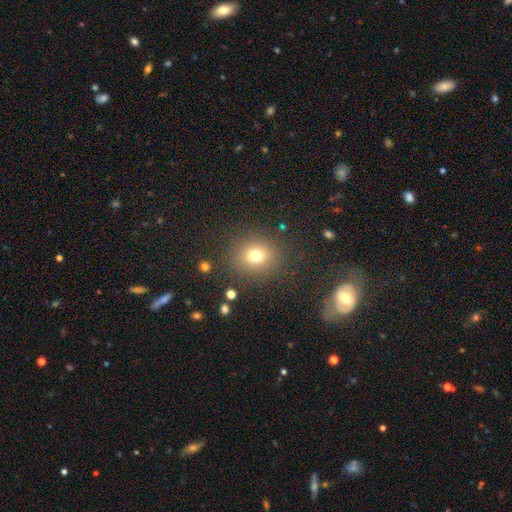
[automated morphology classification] smooth_or_featured: smooth (p=0.74) [alt: star or artifact p=0.16]
how_rounded: round (p=0.77) [alt: in between p=0.22]
merging: none (p=0.85) [alt: minor disturbance p=0.08]